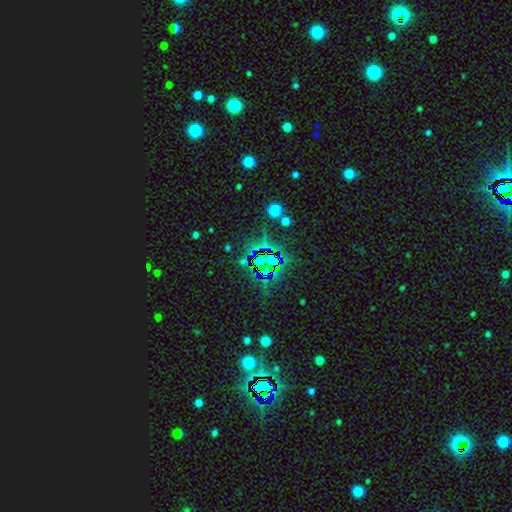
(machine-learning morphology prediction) smooth-or-featured: star or artifact: 79% | smooth: 11% | featured or disk: 9%